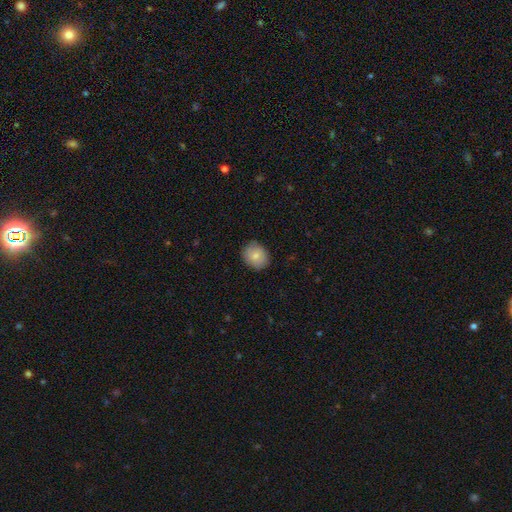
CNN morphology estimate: This appears to be a smooth galaxy with no disk features (77%) that is round (66%). Merging: none (82%).